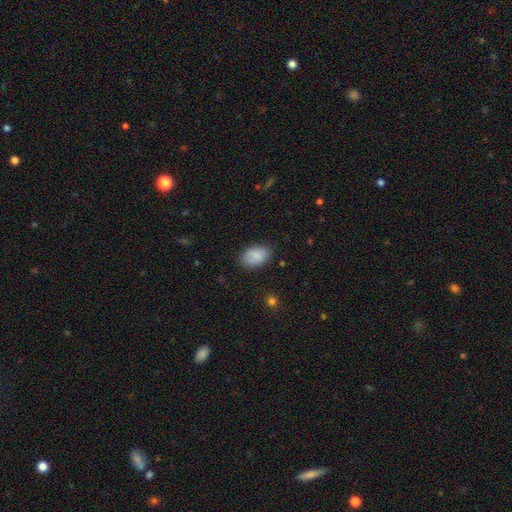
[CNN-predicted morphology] smooth_or_featured: smooth (p=0.84) [alt: featured or disk p=0.08]
how_rounded: in between (p=0.90) [alt: round p=0.08]
merging: none (p=0.79) [alt: minor disturbance p=0.16]